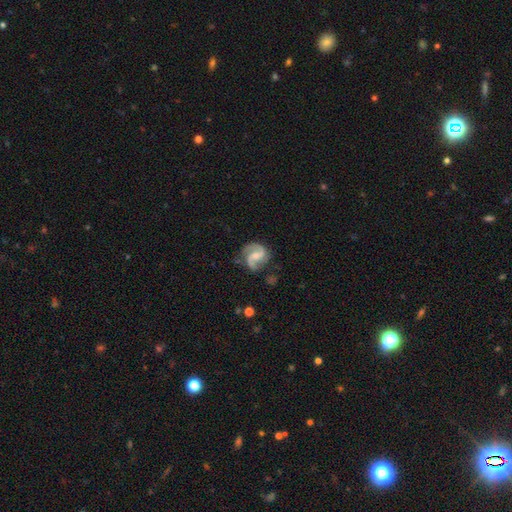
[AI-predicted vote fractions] Smooth or featured?
  - featured or disk: 90% *
  - smooth: 6%
  - star or artifact: 4%
Edge-on disk?
  - no: 98% *
  - yes: 2%
Bar?
  - weak: 50% *
  - no: 31%
  - strong: 19%
Spiral arms?
  - yes: 98% *
  - no: 2%
Spiral winding?
  - medium: 57% *
  - loose: 27%
  - tight: 16%
Spiral arm count?
  - 2: 92% *
  - can't tell: 2%
  - 1: 2%
  - 3: 2%
  - 4: 1%
  - more than 4: 1%
Bulge size?
  - small: 49% *
  - moderate: 36%
  - none: 12%
  - large: 2%
  - dominant: 1%
Merging?
  - none: 74% *
  - minor disturbance: 17%
  - major disturbance: 6%
  - merger: 2%